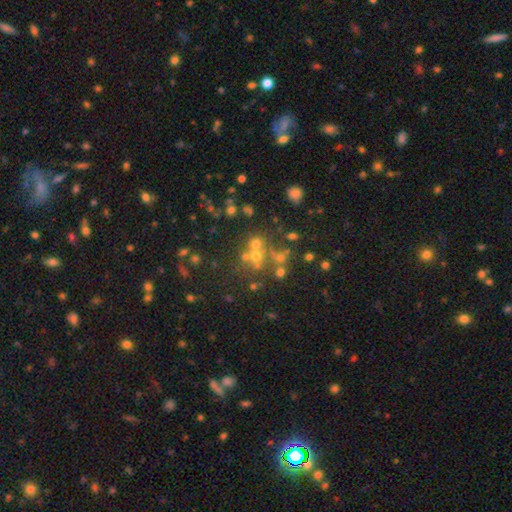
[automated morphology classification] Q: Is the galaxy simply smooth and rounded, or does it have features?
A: star or artifact — 40%.